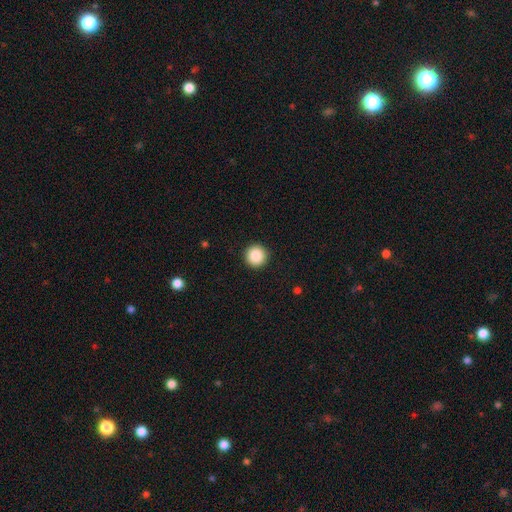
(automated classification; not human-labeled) smooth_or_featured: smooth (p=0.88) [alt: star or artifact p=0.09]
how_rounded: round (p=0.96) [alt: in between p=0.03]
merging: none (p=0.93) [alt: minor disturbance p=0.04]